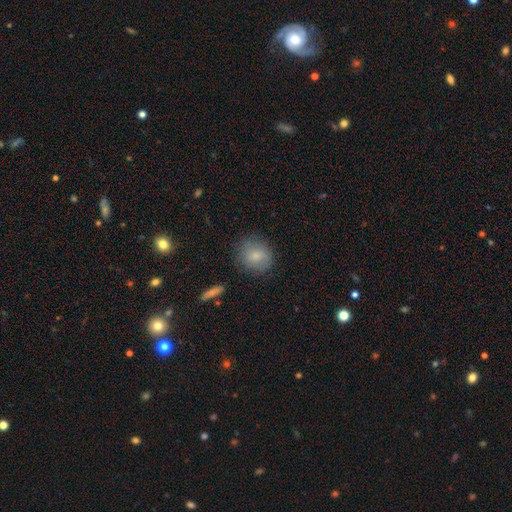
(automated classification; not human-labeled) Smooth or featured? smooth (81%)
How rounded? round (82%)
Merging? none (80%)